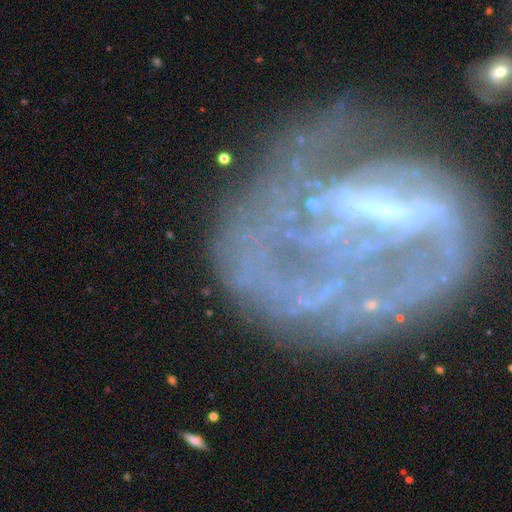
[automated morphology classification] type=featured or disk (76%); edge-on=no (95%); bar=strong (39%); spiral arms=yes (64%); bulge=small (39%); merging=none (44%).